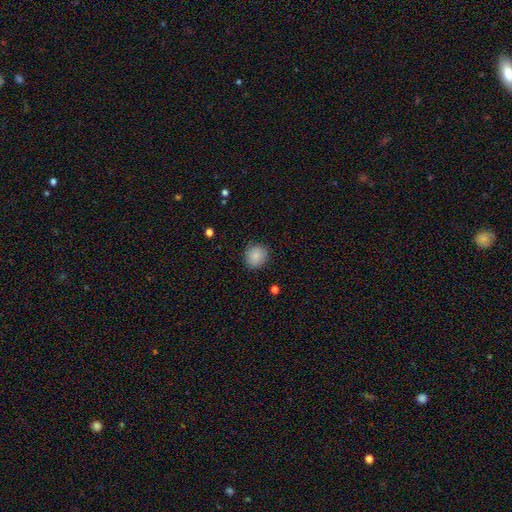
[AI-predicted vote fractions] Smooth or featured? smooth (87%)
How rounded? round (86%)
Merging? none (87%)